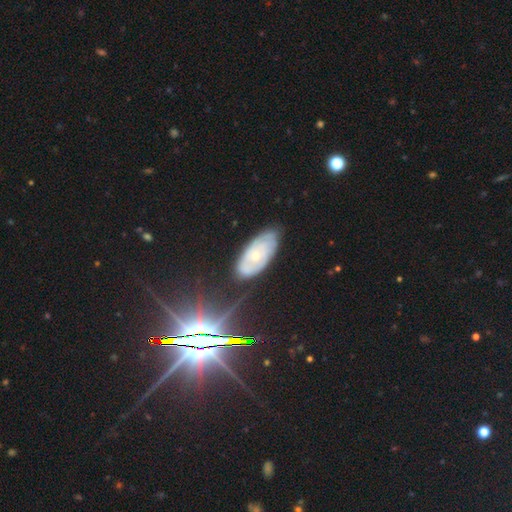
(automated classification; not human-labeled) featured or disk 60%, smooth 28%, star or artifact 12%. Down the decision tree: edge-on disk — no (88%); bar — no (85%); spiral arms — yes (62%); bulge size — small (64%); merging — none (74%).